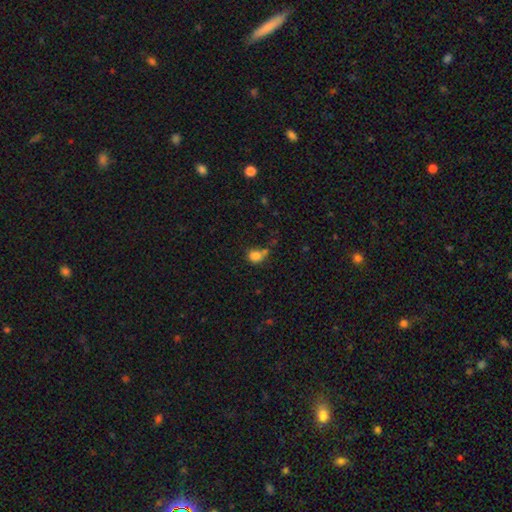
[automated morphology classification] type=smooth (81%); roundness=round (65%); merging=none (46%).